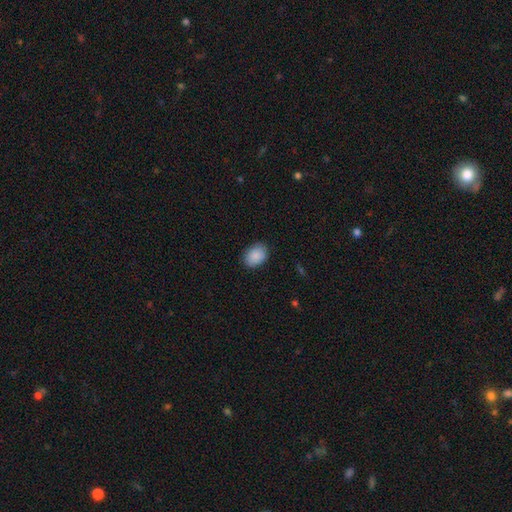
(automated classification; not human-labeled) This appears to be a smooth galaxy with no disk features (89%) that is in between round and cigar-shaped (74%). Merging: none (85%).